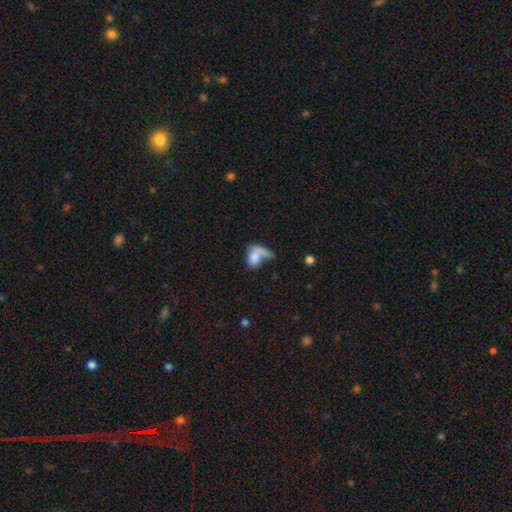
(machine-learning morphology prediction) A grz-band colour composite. It shows a smooth galaxy with no disk features (66%) that is in between round and cigar-shaped (76%). Merging: major disturbance (39%).